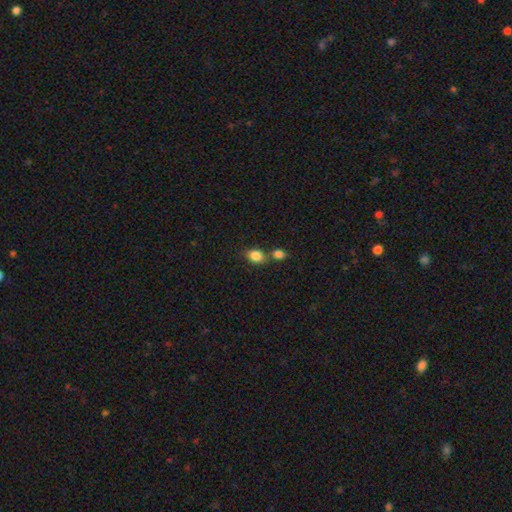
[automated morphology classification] Smooth or featured? smooth (85%)
How rounded? in between (64%)
Merging? none (50%)